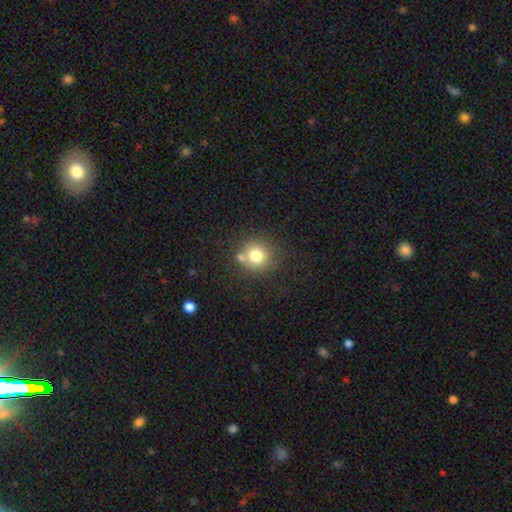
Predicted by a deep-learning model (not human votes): Morphology: type=smooth (77%); roundness=round (91%); merging=none (66%).